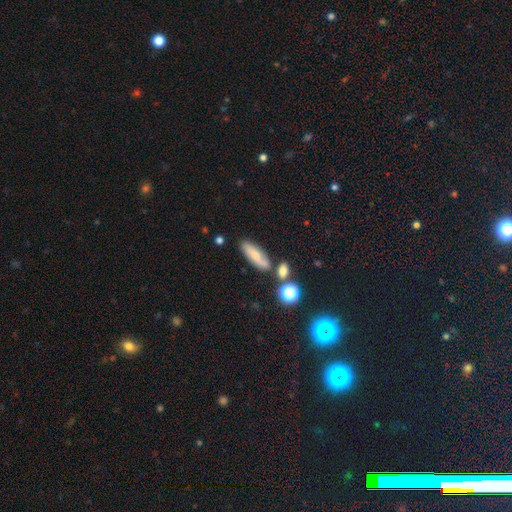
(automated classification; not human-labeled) smooth-or-featured: smooth: 65% | featured or disk: 24% | star or artifact: 10%
  how-rounded: in between: 55% | cigar-shaped: 40% | round: 5%
  merging: none: 67% | minor disturbance: 16% | merger: 12% | major disturbance: 5%